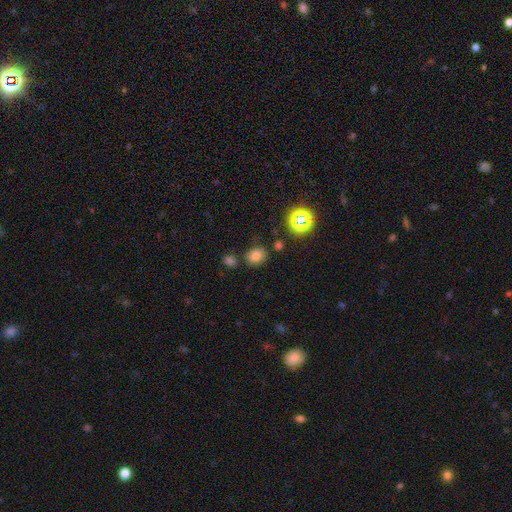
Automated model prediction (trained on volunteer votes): The model was most divided on "how rounded": round: 52%, in between: 47%, cigar-shaped: 1%. More confident: merging — none (77%); smooth or featured — smooth (75%).